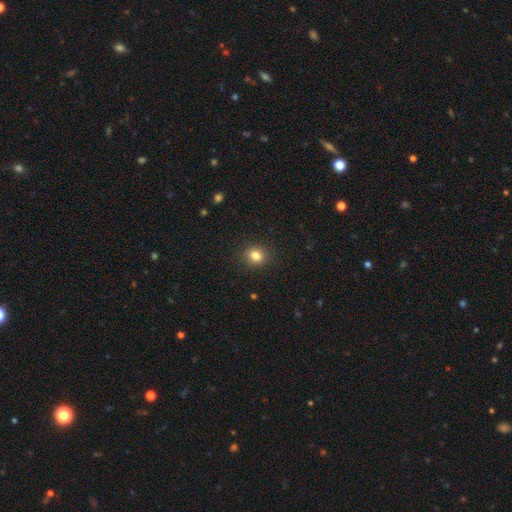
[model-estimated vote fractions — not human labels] Overall: smooth (82%). How rounded: round (68%; in between 31%). Merging: none (89%).